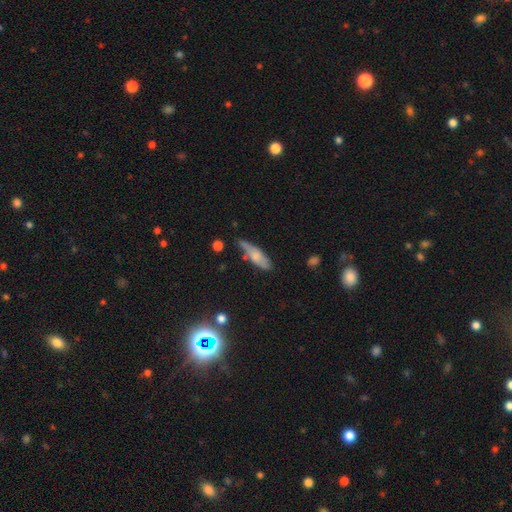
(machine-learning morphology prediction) Smooth or featured? Predicted: smooth (p=0.62). How rounded? Predicted: cigar-shaped (p=0.50). Merging? Predicted: none (p=0.54).